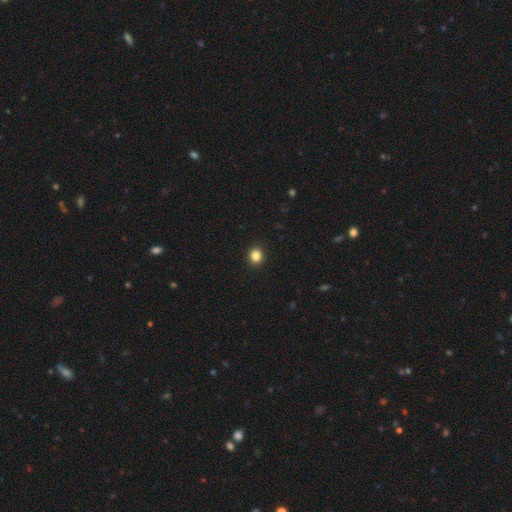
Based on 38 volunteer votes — Volunteers were most divided on "merging": none: 86%, minor disturbance: 14%, major disturbance: 0%, merger: 0%. More confident: smooth or featured — smooth (92%); how rounded — round (91%).